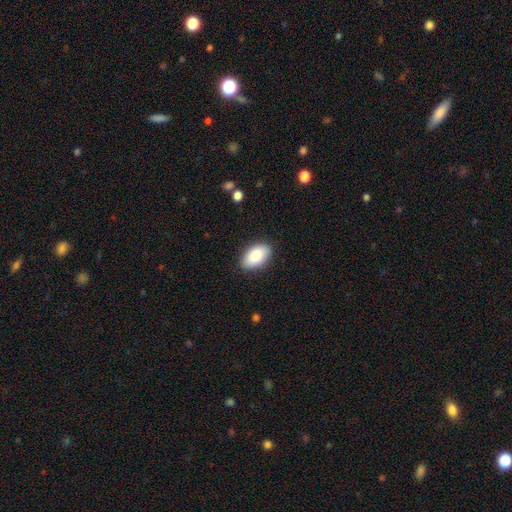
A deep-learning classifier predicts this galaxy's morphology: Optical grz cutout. It shows a smooth galaxy with no disk features (87%) that is in between round and cigar-shaped (94%). Merging: none (87%).